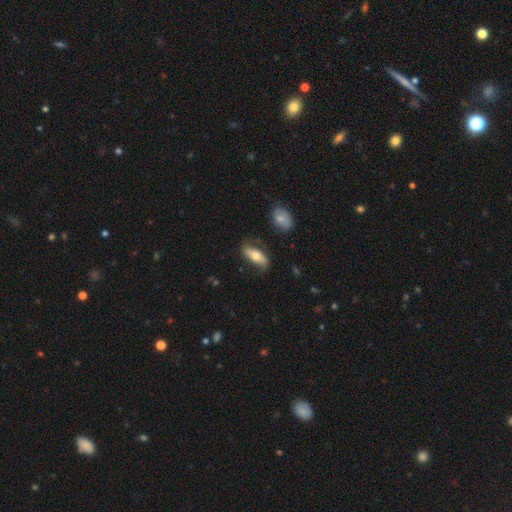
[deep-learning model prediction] A smooth galaxy with no disk features (53%) that is in between round and cigar-shaped (76%). Merging: none (69%).